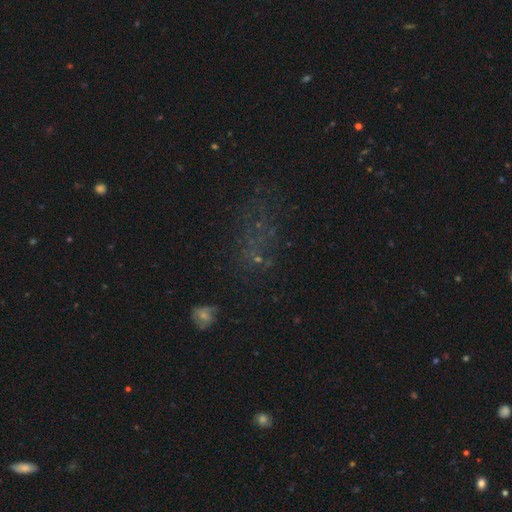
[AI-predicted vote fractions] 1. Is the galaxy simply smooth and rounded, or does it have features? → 42% star or artifact, 30% smooth, 28% featured or disk.